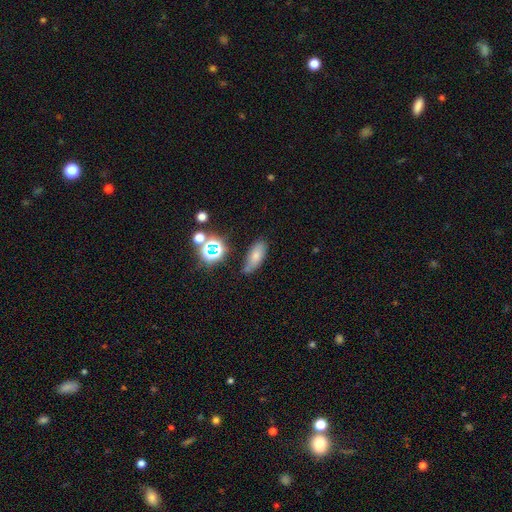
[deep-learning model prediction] This appears to be a smooth galaxy with no disk features (68%) that is in between round and cigar-shaped (72%). Merging: none (67%).